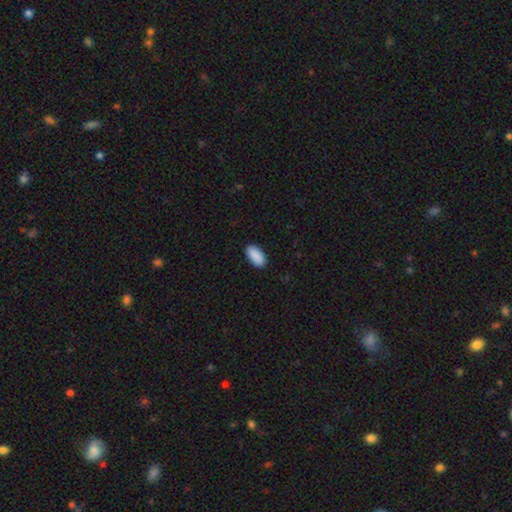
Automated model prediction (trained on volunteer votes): Smooth or featured? smooth (91%)
How rounded? in between (95%)
Merging? none (90%)